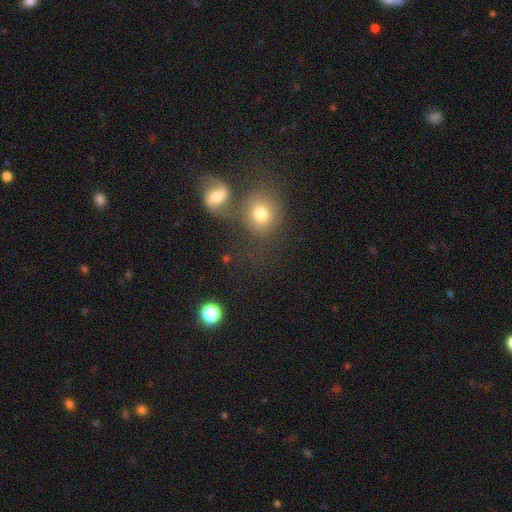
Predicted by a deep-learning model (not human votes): Q: Smooth or featured?
A: smooth (62%); runner-up: star or artifact (21%)
Q: How rounded?
A: round (69%); runner-up: in between (29%)
Q: Merging?
A: none (44%); runner-up: merger (40%)